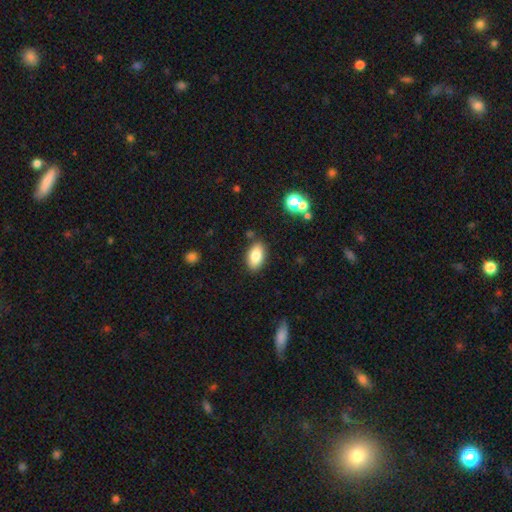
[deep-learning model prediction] A smooth galaxy with no disk features (82%) that is in between round and cigar-shaped (92%).

Vote fractions:
- Smooth or featured? smooth: 82% / featured or disk: 10% / star or artifact: 8%
- How rounded? in between: 92% / round: 4% / cigar-shaped: 3%
- Merging? none: 84% / minor disturbance: 10% / merger: 3% / major disturbance: 2%